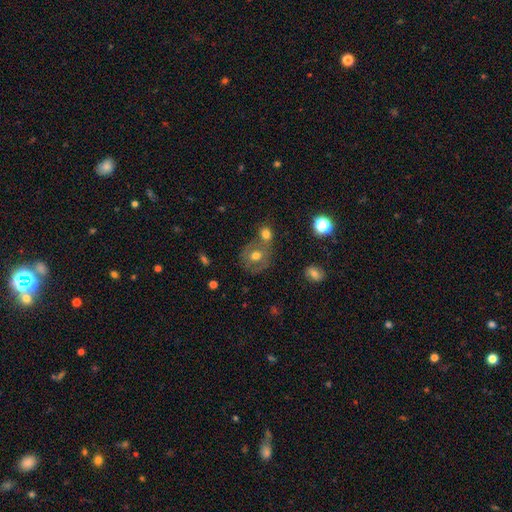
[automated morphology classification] This appears to be a smooth galaxy with no disk features (54%) that is round (76%). Merging: none (52%).